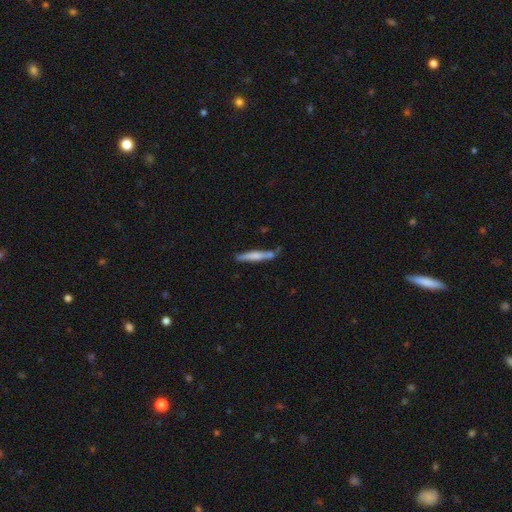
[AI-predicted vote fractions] Smooth or featured?
  - smooth: 57% *
  - featured or disk: 37%
  - star or artifact: 6%
How rounded?
  - cigar-shaped: 93% *
  - in between: 6%
  - round: 1%
Merging?
  - none: 68% *
  - minor disturbance: 17%
  - merger: 11%
  - major disturbance: 4%